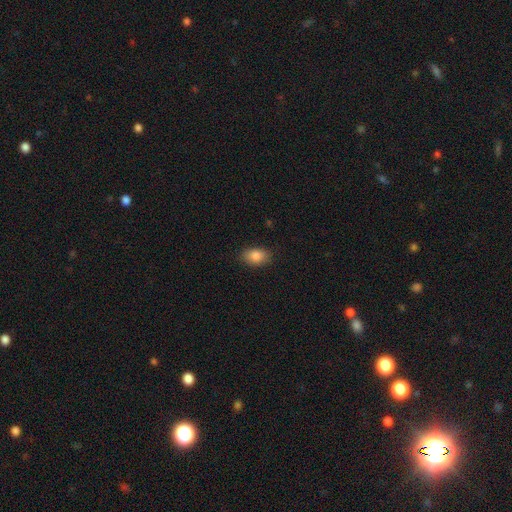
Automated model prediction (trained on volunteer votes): This appears to be a smooth galaxy with no disk features (86%) that is in between round and cigar-shaped (85%). Merging: none (85%).